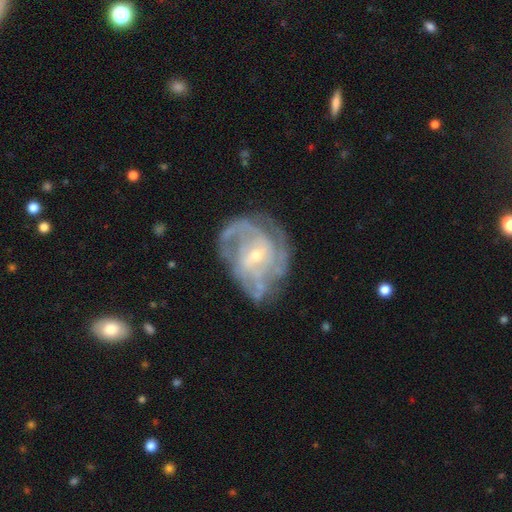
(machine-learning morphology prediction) Smooth or featured: featured or disk — 85% (smooth — 9%)
Edge-on disk: no — 97% (yes — 3%)
Bar: no — 44% (weak — 43%)
Spiral arms: yes — 91% (no — 9%)
Spiral winding: tight — 46% (medium — 40%)
Spiral arm count: can't tell — 32% (2 — 27%)
Bulge size: small — 68% (moderate — 28%)
Merging: none — 60% (minor disturbance — 23%)